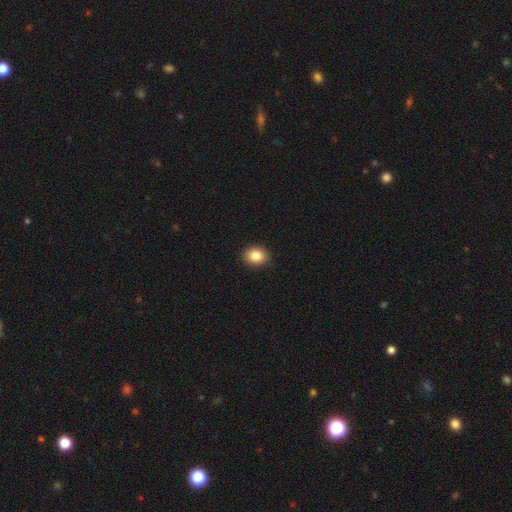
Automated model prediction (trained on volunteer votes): smooth_or_featured: smooth (p=0.86) [alt: star or artifact p=0.09]
how_rounded: round (p=0.51) [alt: in between p=0.48]
merging: none (p=0.90) [alt: minor disturbance p=0.07]